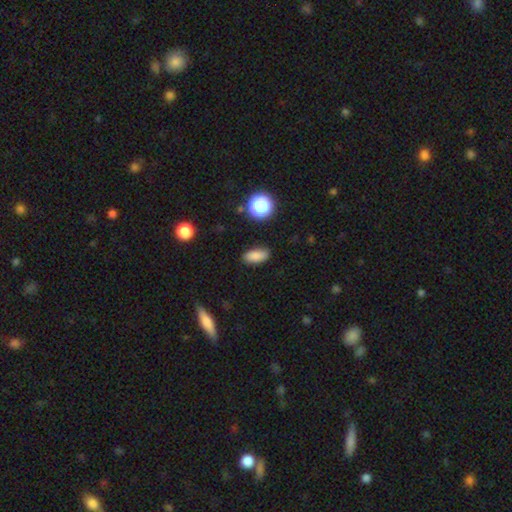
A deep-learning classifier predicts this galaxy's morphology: Smooth or featured?
  - smooth: 85% *
  - star or artifact: 11%
  - featured or disk: 5%
How rounded?
  - in between: 85% *
  - cigar-shaped: 9%
  - round: 6%
Merging?
  - none: 87% *
  - minor disturbance: 9%
  - major disturbance: 2%
  - merger: 1%